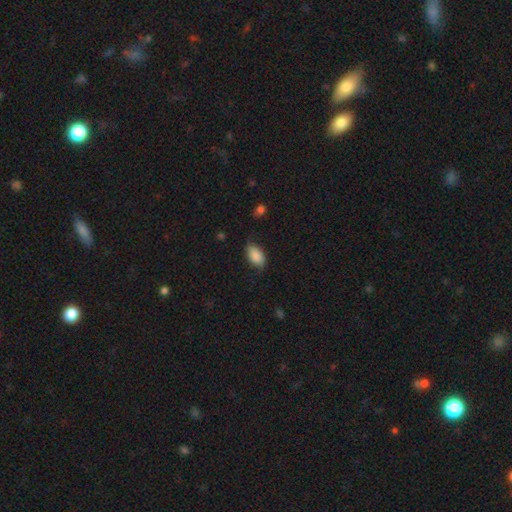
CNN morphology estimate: A smooth galaxy with no disk features (86%) that is in between round and cigar-shaped (93%). Merging: none (69%).